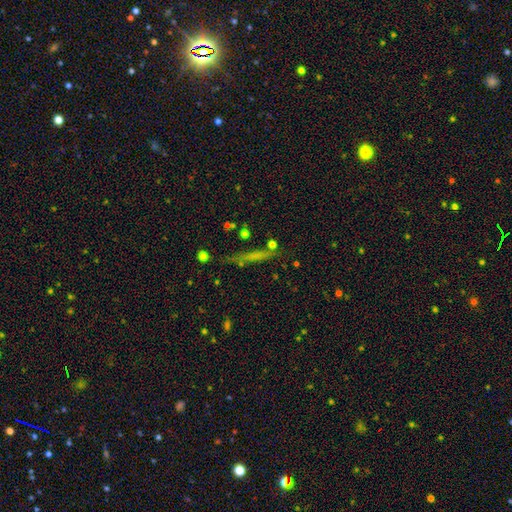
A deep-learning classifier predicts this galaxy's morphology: The model was most divided on "smooth or featured": smooth: 50%, featured or disk: 32%, star or artifact: 18%. More confident: merging — none (74%).